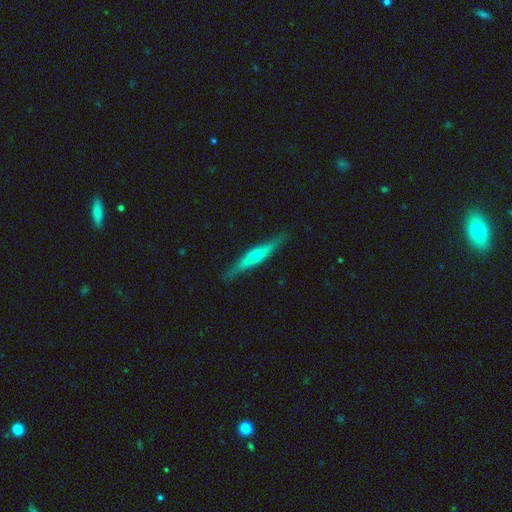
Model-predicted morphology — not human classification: Smooth or featured? featured or disk (52%)
Edge-on disk? yes (95%)
Merging? none (87%)